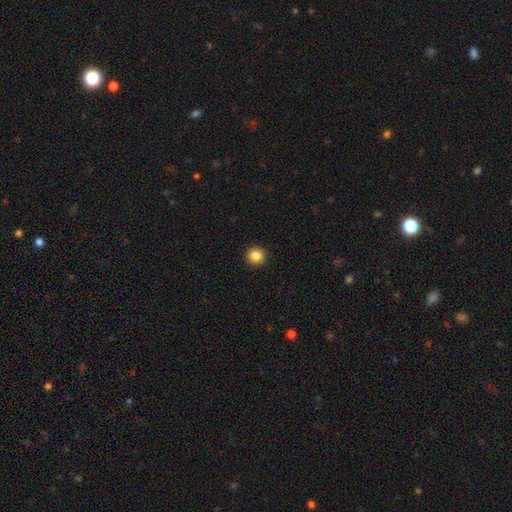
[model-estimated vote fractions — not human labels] A smooth galaxy with no disk features (85%) that is round (95%).

Vote fractions:
- Smooth or featured? smooth: 85% / star or artifact: 10% / featured or disk: 4%
- How rounded? round: 95% / in between: 4% / cigar-shaped: 1%
- Merging? none: 94% / minor disturbance: 4% / major disturbance: 1% / merger: 1%